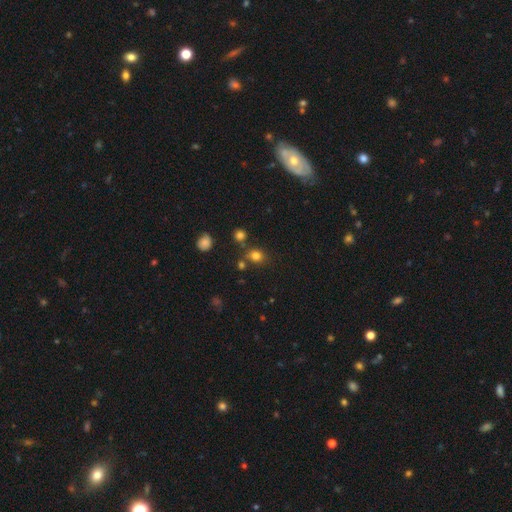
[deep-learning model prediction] A smooth galaxy with no disk features (78%) that is round (69%). Merging: none (73%).